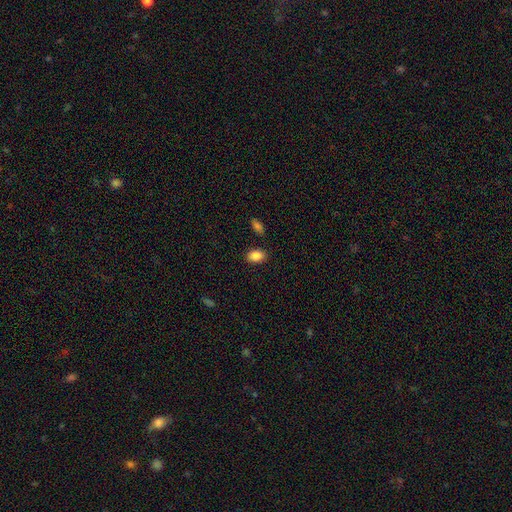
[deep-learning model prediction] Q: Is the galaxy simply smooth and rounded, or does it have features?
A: smooth — 88%.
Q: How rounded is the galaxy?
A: in between — 87%.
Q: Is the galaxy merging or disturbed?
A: none — 85%.